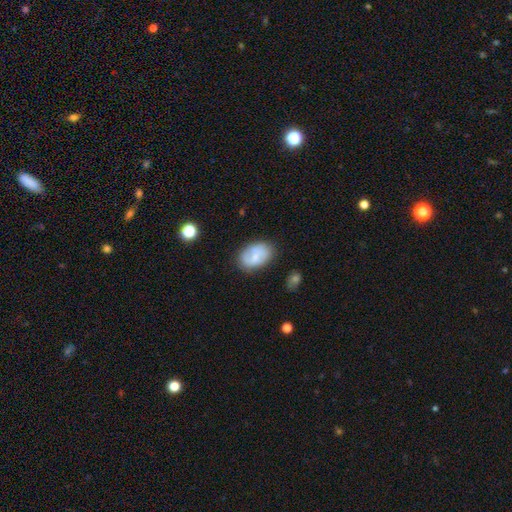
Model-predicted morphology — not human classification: Smooth or featured: smooth — 61% (featured or disk — 31%)
How rounded: in between — 84% (round — 15%)
Merging: none — 71% (minor disturbance — 20%)